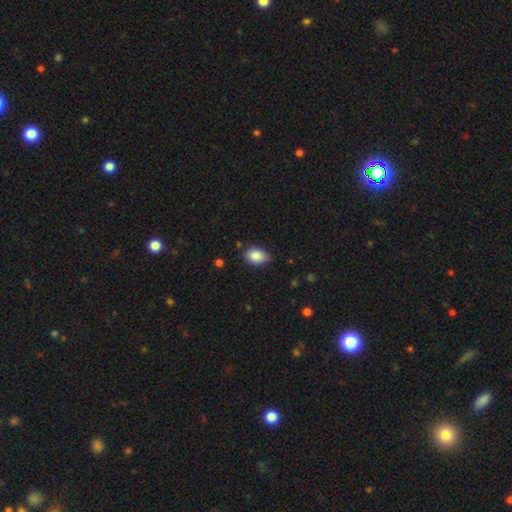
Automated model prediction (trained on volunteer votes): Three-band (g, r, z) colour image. It shows a smooth galaxy with no disk features (86%) that is in between round and cigar-shaped (77%). Merging: none (72%).